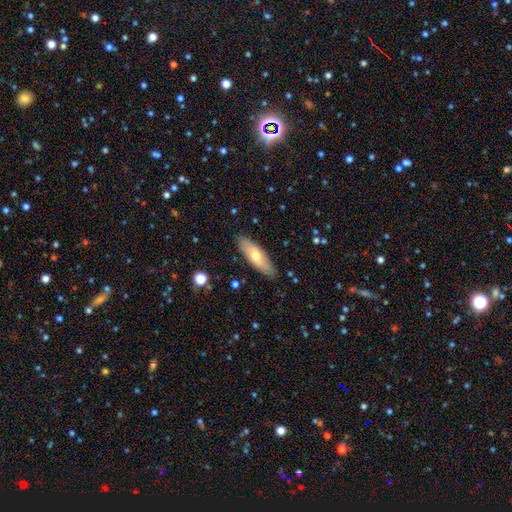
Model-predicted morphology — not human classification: smooth 62%, featured or disk 32%, star or artifact 6%. Down the decision tree: how rounded — in between (55%); merging — none (86%).